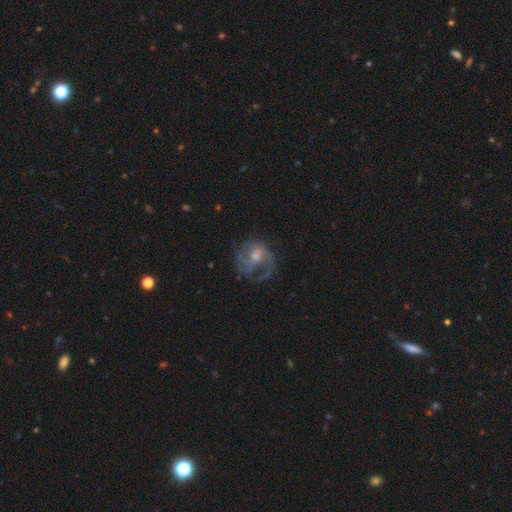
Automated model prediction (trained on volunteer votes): Q: Smooth or featured?
A: featured or disk (71%); runner-up: smooth (18%)
Q: Edge-on disk?
A: no (97%); runner-up: yes (3%)
Q: Bar?
A: no (57%); runner-up: weak (36%)
Q: Spiral arms?
A: yes (81%); runner-up: no (19%)
Q: Spiral winding?
A: medium (45%); runner-up: tight (29%)
Q: Spiral arm count?
A: can't tell (31%); runner-up: 2 (27%)
Q: Bulge size?
A: moderate (49%); runner-up: small (37%)
Q: Merging?
A: none (54%); runner-up: major disturbance (25%)